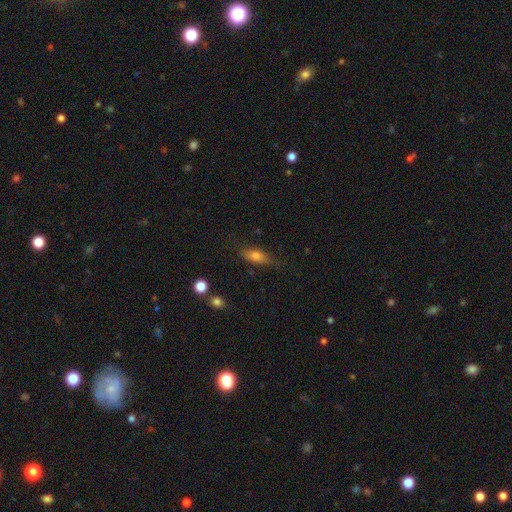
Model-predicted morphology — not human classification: A smooth galaxy with no disk features (70%) that is in between round and cigar-shaped (66%). Merging: none (71%).